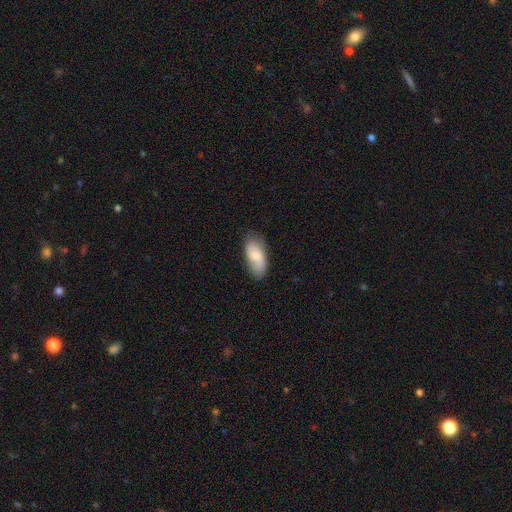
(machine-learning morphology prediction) This appears to be a smooth galaxy with no disk features (55%) that is in between round and cigar-shaped (89%). Merging: none (76%).